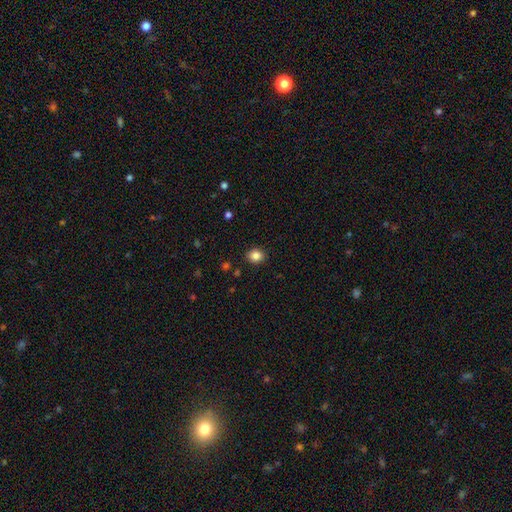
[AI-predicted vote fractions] Smooth or featured?
  - smooth: 85% *
  - star or artifact: 11%
  - featured or disk: 4%
How rounded?
  - round: 70% *
  - in between: 29%
  - cigar-shaped: 1%
Merging?
  - none: 89% *
  - minor disturbance: 8%
  - major disturbance: 2%
  - merger: 1%